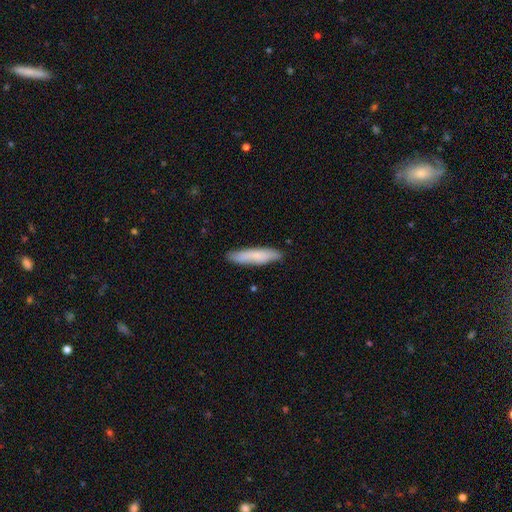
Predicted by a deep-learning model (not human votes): Morphology: type=smooth (72%); roundness=cigar-shaped (83%); merging=none (85%).